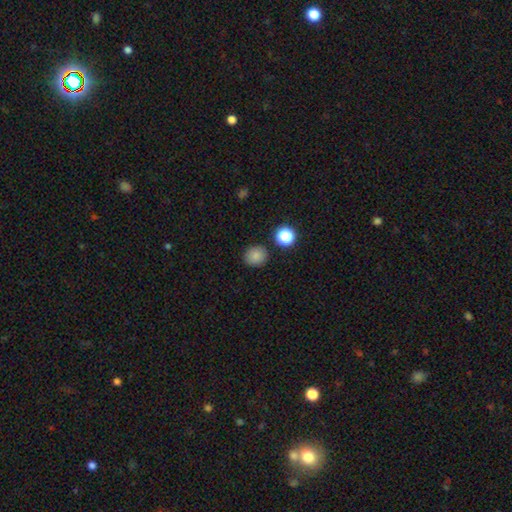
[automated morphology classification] Smooth or featured: smooth — 82% (star or artifact — 13%)
How rounded: round — 85% (in between — 14%)
Merging: none — 87% (minor disturbance — 7%)